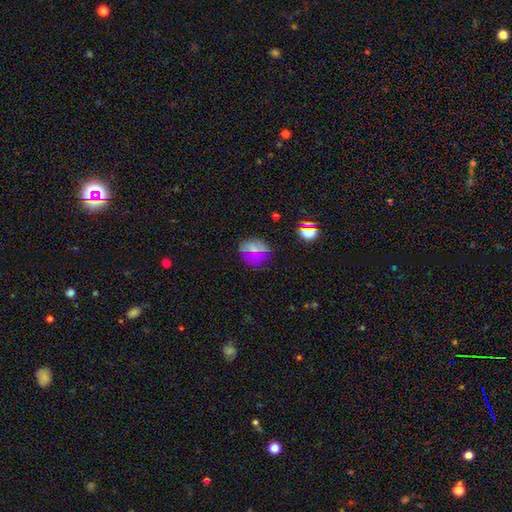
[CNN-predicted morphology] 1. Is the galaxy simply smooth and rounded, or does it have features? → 62% smooth, 21% star or artifact, 16% featured or disk.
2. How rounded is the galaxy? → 76% round, 23% in between, 1% cigar-shaped.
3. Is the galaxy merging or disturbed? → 68% none, 20% minor disturbance, 9% major disturbance, 3% merger.